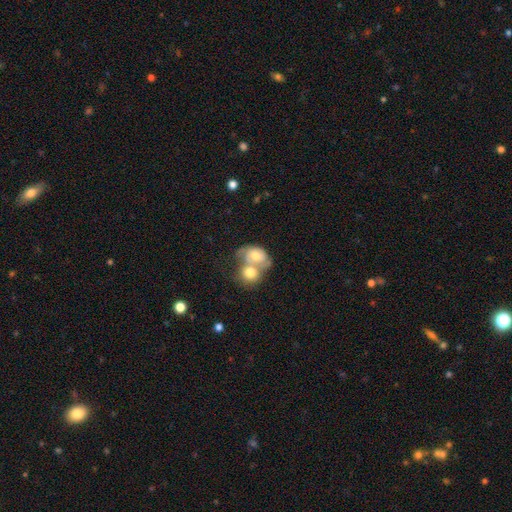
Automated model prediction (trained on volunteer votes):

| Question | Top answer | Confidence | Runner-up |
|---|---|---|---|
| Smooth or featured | smooth | 53% | featured or disk (40%) |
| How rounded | in between | 56% | round (43%) |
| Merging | merger | 75% | none (12%) |